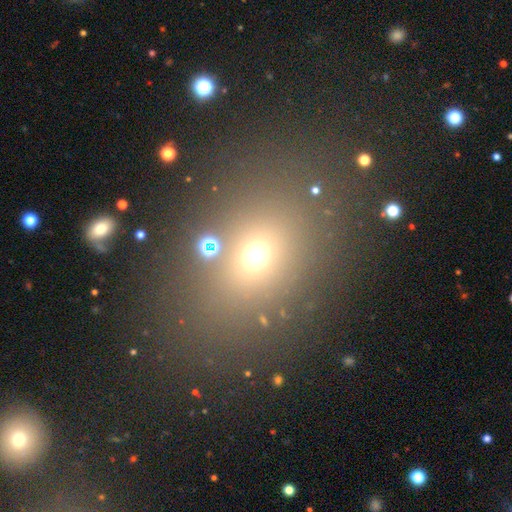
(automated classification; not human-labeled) A smooth galaxy with no disk features (62%) that is in between round and cigar-shaped (53%). Merging: none (78%).